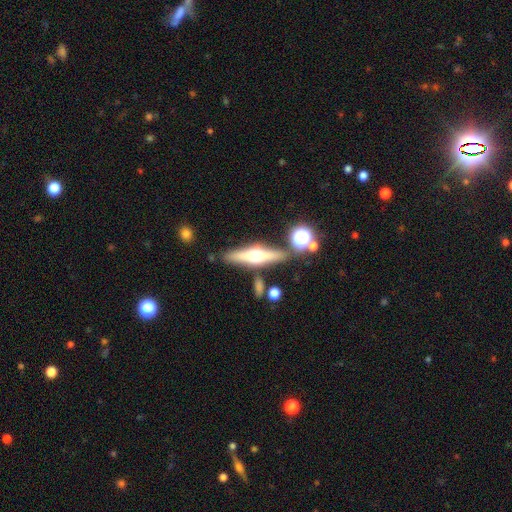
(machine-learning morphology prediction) This is likely a featured or disk galaxy (64%). It is clearly viewed edge-on (94%). Edge-on bulge: clearly rounded (93%). Merging: likely none (79%).